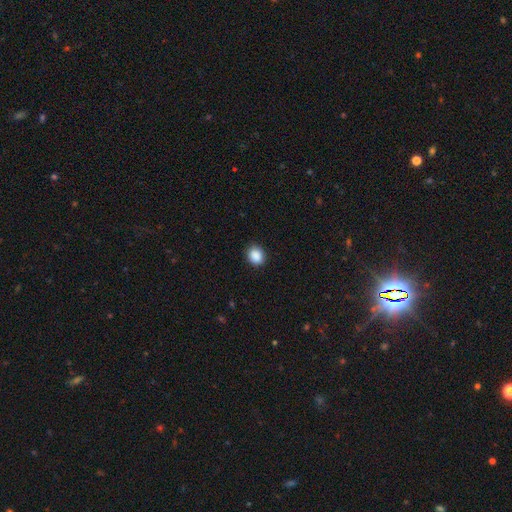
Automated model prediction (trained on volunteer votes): Q: Smooth or featured?
A: smooth (89%); runner-up: star or artifact (9%)
Q: How rounded?
A: round (67%); runner-up: in between (32%)
Q: Merging?
A: none (89%); runner-up: minor disturbance (8%)